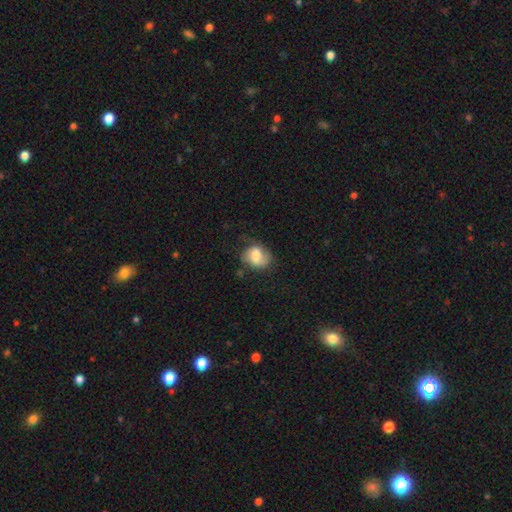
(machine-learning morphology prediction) smooth_or_featured: smooth (p=0.60) [alt: featured or disk p=0.32]
how_rounded: round (p=0.54) [alt: in between p=0.45]
merging: none (p=0.57) [alt: minor disturbance p=0.28]